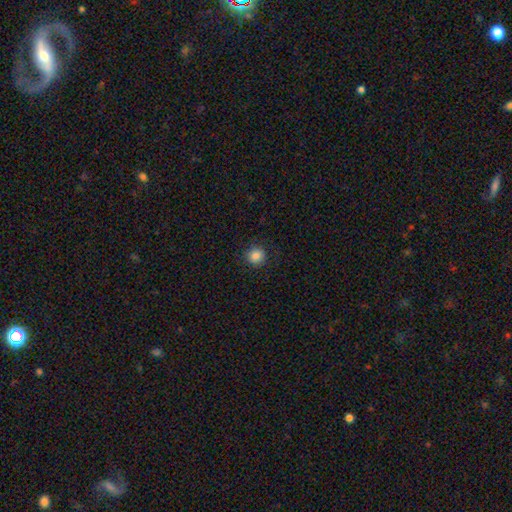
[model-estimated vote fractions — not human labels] Smooth or featured?
  - smooth: 85% *
  - star or artifact: 11%
  - featured or disk: 5%
How rounded?
  - round: 92% *
  - in between: 7%
  - cigar-shaped: 1%
Merging?
  - none: 89% *
  - minor disturbance: 8%
  - major disturbance: 3%
  - merger: 1%